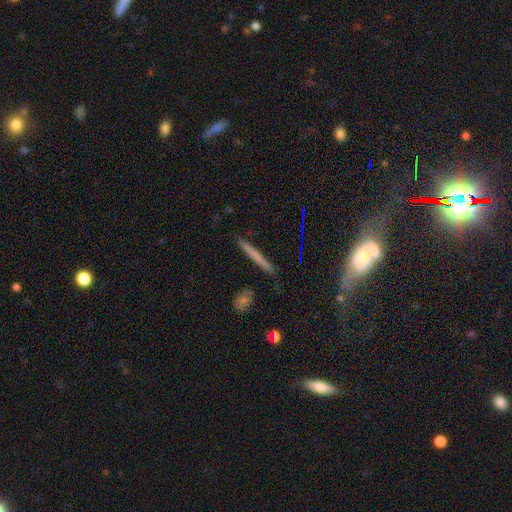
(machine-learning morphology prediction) Smooth or featured: smooth — 54% (featured or disk — 38%)
How rounded: cigar-shaped — 96% (in between — 2%)
Merging: none — 90% (minor disturbance — 7%)